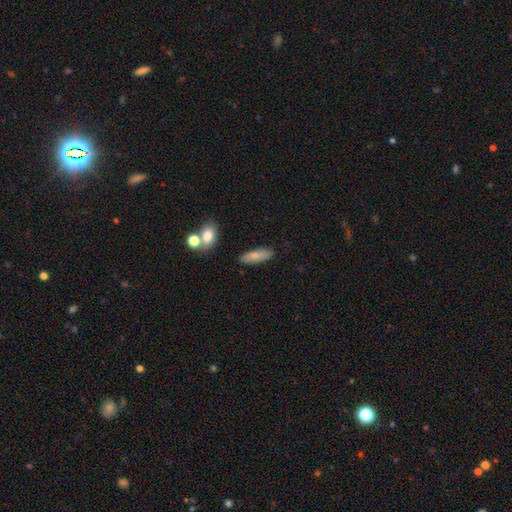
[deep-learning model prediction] This is likely a smooth galaxy (79%). How rounded: possibly in between (56%). Merging: clearly none (82%).